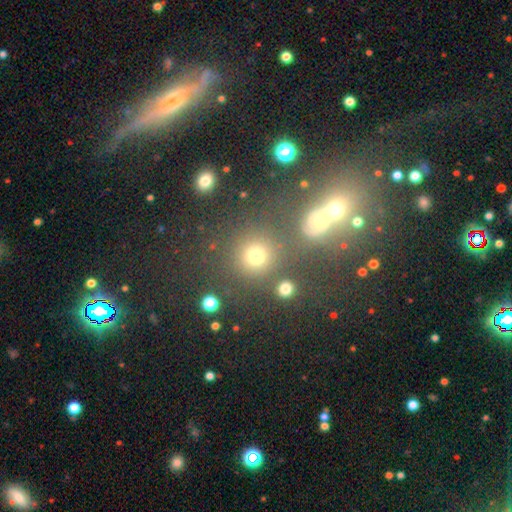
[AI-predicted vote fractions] Smooth or featured: smooth — 73% (star or artifact — 18%)
How rounded: round — 89% (in between — 9%)
Merging: none — 73% (merger — 12%)